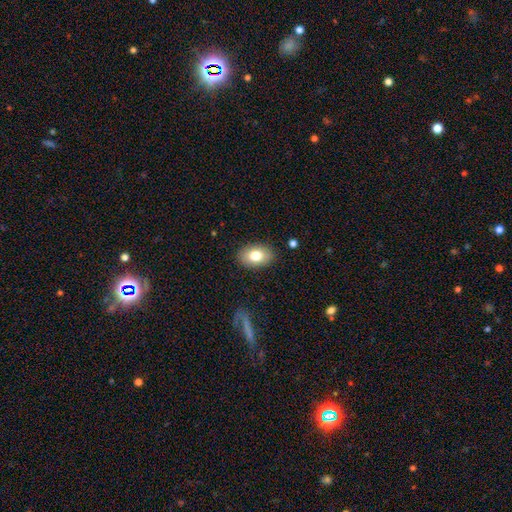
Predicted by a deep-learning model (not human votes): Morphology: type=smooth (77%); roundness=in between (87%); merging=none (87%).